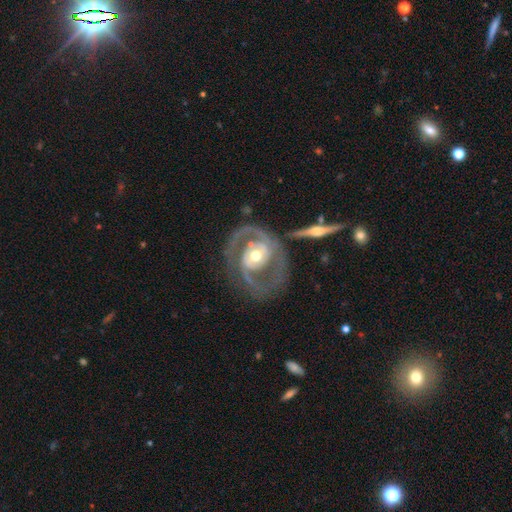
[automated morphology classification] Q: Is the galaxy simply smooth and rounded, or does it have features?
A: featured or disk — 87%.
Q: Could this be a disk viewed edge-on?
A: no — 96%.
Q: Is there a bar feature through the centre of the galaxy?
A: no — 51%.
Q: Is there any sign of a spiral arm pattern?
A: yes — 88%.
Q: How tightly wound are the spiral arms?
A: medium — 48%.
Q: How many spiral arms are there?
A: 2 — 82%.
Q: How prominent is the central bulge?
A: moderate — 72%.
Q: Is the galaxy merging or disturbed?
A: none — 63%.